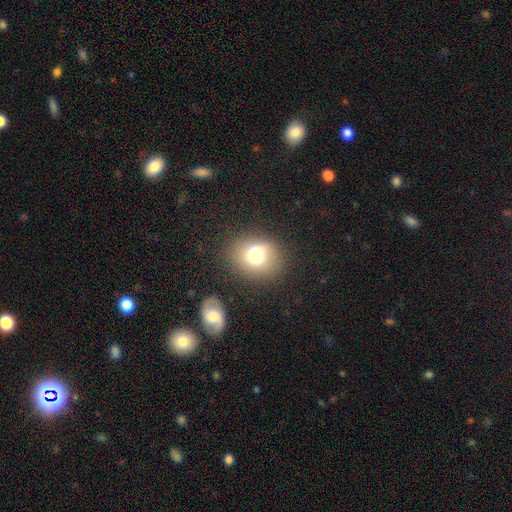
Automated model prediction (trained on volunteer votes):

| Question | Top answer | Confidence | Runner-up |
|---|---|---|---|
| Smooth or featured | smooth | 73% | featured or disk (15%) |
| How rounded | round | 59% | in between (40%) |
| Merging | none | 70% | minor disturbance (17%) |